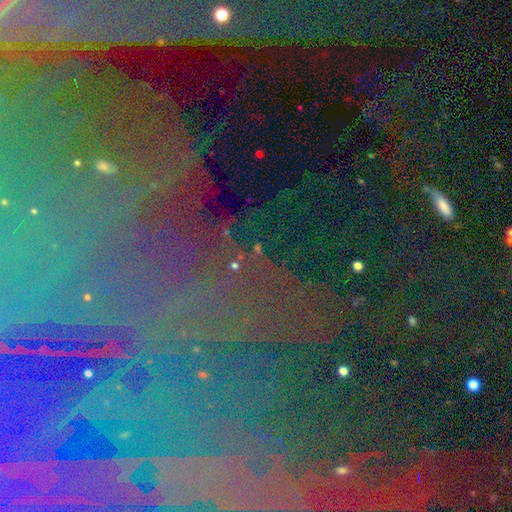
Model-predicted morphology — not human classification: type=star or artifact (83%).